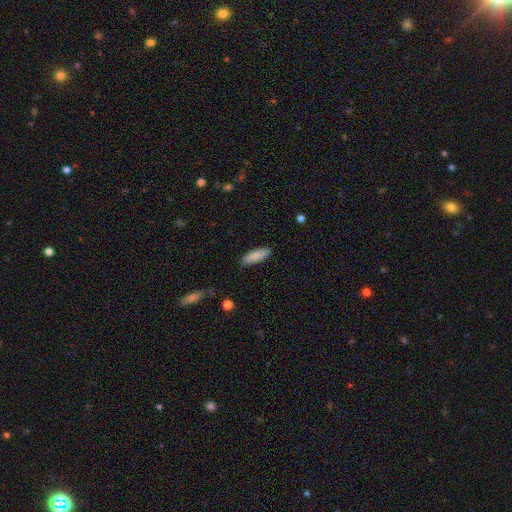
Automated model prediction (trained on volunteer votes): smooth-or-featured: smooth: 88% | star or artifact: 6% | featured or disk: 6%
  how-rounded: in between: 58% | cigar-shaped: 41% | round: 2%
  merging: none: 84% | minor disturbance: 12% | major disturbance: 2% | merger: 1%